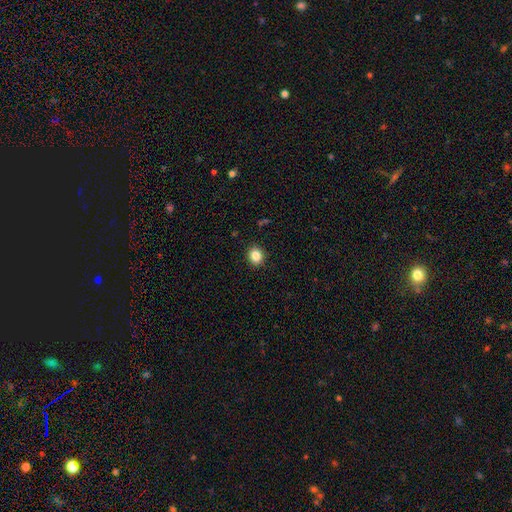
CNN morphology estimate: Smooth or featured? Predicted: smooth (p=0.84). How rounded? Predicted: round (p=0.73). Merging? Predicted: none (p=0.91).